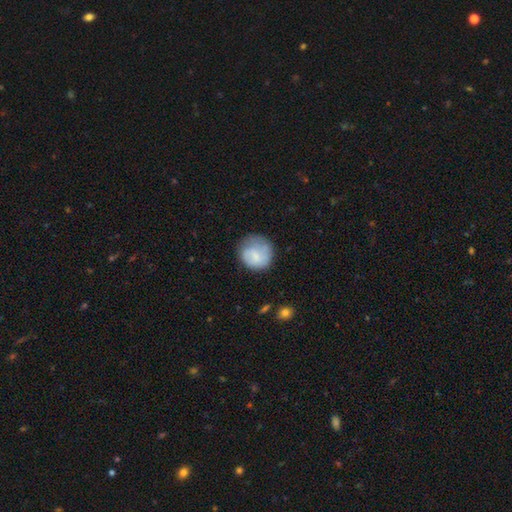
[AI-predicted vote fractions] Smooth or featured: smooth — 71% (featured or disk — 22%)
How rounded: round — 86% (in between — 13%)
Merging: none — 58% (minor disturbance — 27%)